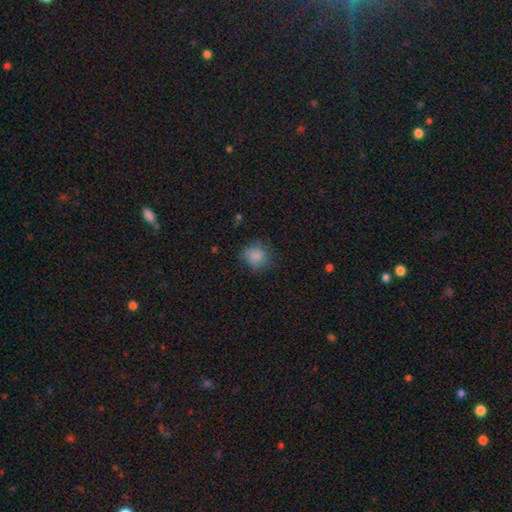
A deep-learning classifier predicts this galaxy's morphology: A smooth galaxy with no disk features (82%) that is round (81%). Merging: none (69%).